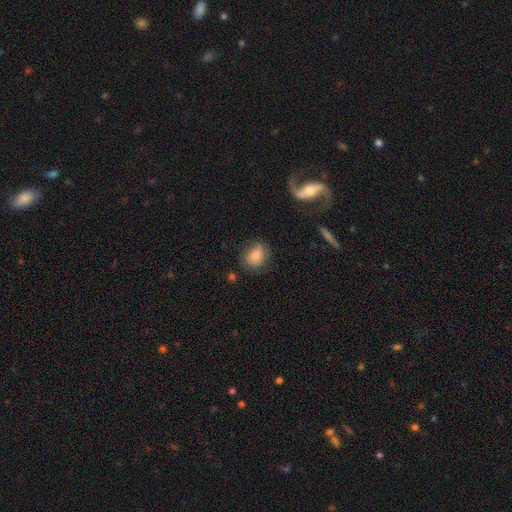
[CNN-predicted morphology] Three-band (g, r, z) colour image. It shows a smooth galaxy with no disk features (81%) that is in between round and cigar-shaped (50%). Merging: none (75%).